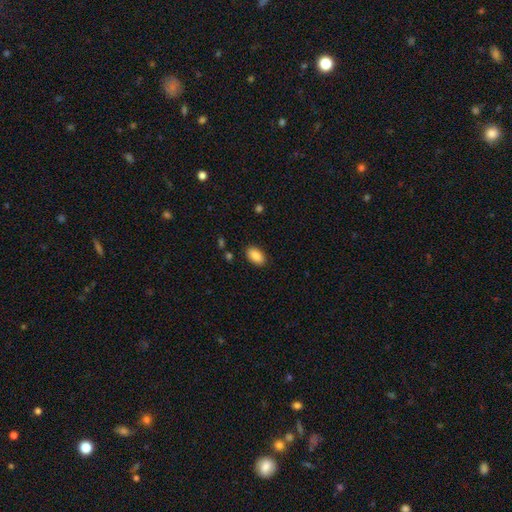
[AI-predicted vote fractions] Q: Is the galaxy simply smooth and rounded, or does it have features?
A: smooth — 88%.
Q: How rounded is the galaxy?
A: in between — 93%.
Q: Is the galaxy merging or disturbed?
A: none — 88%.